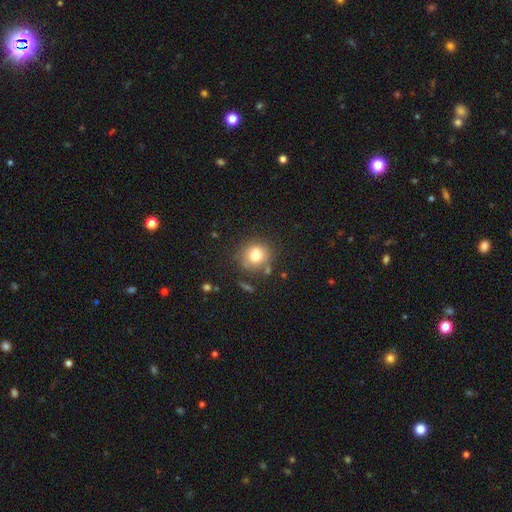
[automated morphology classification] Q: Smooth or featured?
A: smooth (78%); runner-up: star or artifact (11%)
Q: How rounded?
A: round (83%); runner-up: in between (16%)
Q: Merging?
A: none (74%); runner-up: minor disturbance (16%)